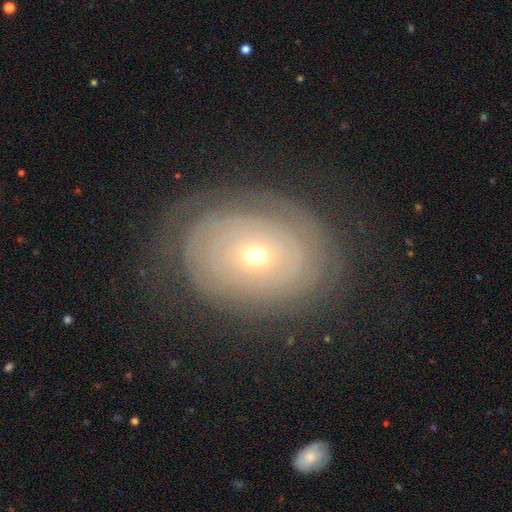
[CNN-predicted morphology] smooth_or_featured: featured or disk (p=0.74) [alt: smooth p=0.18]
disk_edge_on: no (p=0.95) [alt: yes p=0.05]
bar: no (p=0.84) [alt: weak p=0.12]
has_spiral_arms: yes (p=0.76) [alt: no p=0.24]
spiral_winding: tight (p=0.85) [alt: medium p=0.11]
spiral_arm_count: can't tell (p=0.52) [alt: 2 p=0.18]
bulge_size: small (p=0.57) [alt: moderate p=0.39]
merging: none (p=0.77) [alt: minor disturbance p=0.14]